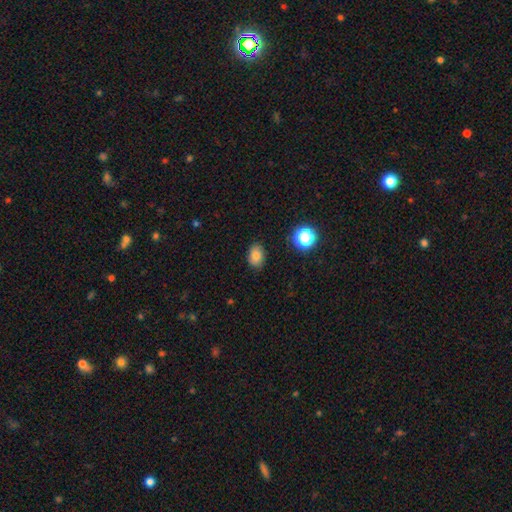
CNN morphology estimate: Smooth or featured? Predicted: smooth (p=0.81). How rounded? Predicted: in between (p=0.73). Merging? Predicted: none (p=0.84).